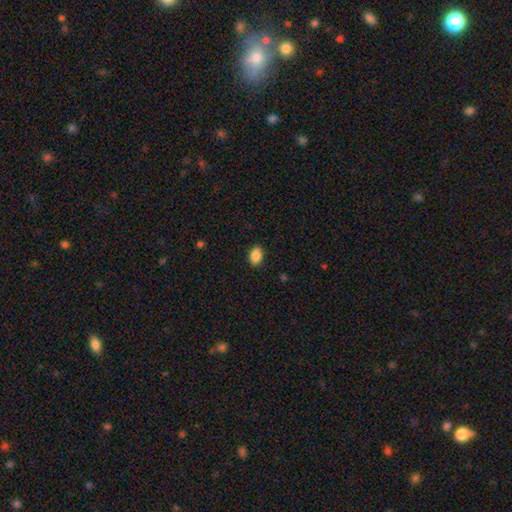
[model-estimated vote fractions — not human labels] Smooth or featured: smooth — 88% (star or artifact — 8%)
How rounded: in between — 87% (round — 12%)
Merging: none — 87% (minor disturbance — 10%)